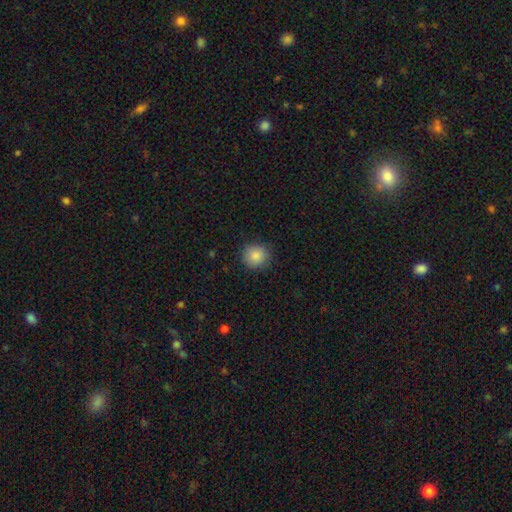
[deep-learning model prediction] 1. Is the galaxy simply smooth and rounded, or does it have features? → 86% smooth, 9% star or artifact, 5% featured or disk.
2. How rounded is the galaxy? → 91% round, 8% in between, 1% cigar-shaped.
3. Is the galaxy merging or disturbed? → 87% none, 9% minor disturbance, 2% major disturbance, 1% merger.